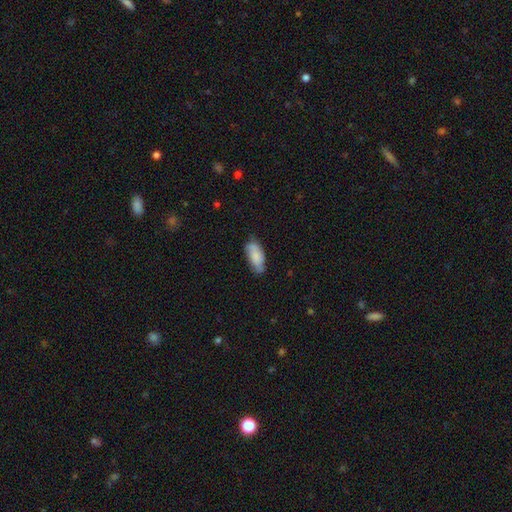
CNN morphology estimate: smooth_or_featured: smooth (p=0.77) [alt: featured or disk p=0.17]
how_rounded: in between (p=0.85) [alt: cigar-shaped p=0.13]
merging: none (p=0.65) [alt: minor disturbance p=0.28]